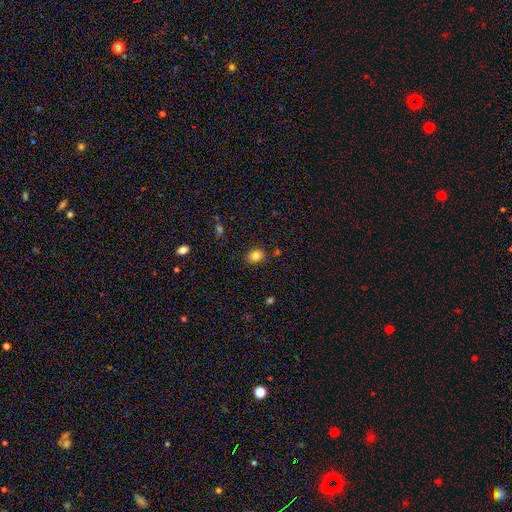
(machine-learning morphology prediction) type=smooth (83%); roundness=round (64%); merging=none (85%).